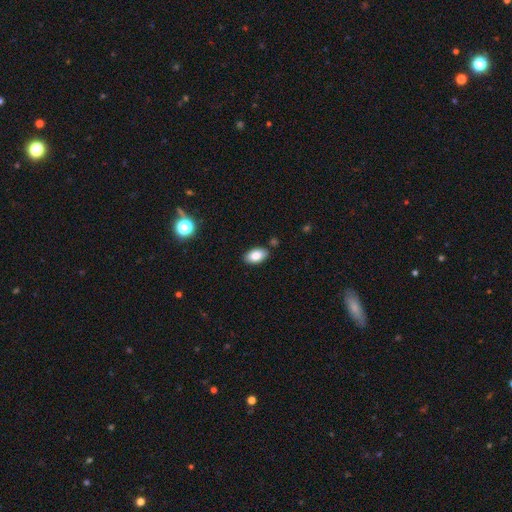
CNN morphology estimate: Smooth or featured? Predicted: smooth (p=0.83). How rounded? Predicted: in between (p=0.93). Merging? Predicted: none (p=0.85).